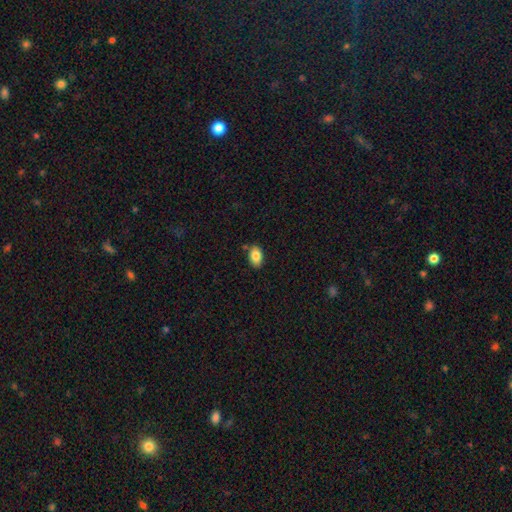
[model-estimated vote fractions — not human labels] The model was most divided on "merging": none: 80%, minor disturbance: 13%, merger: 5%, major disturbance: 2%. More confident: how rounded — in between (89%); smooth or featured — smooth (84%).